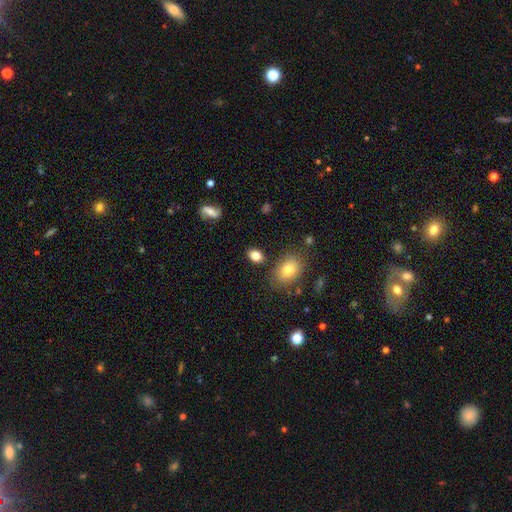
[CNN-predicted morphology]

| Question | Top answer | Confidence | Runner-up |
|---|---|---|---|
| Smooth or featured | smooth | 83% | star or artifact (10%) |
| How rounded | in between | 74% | round (25%) |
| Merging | none | 82% | minor disturbance (11%) |